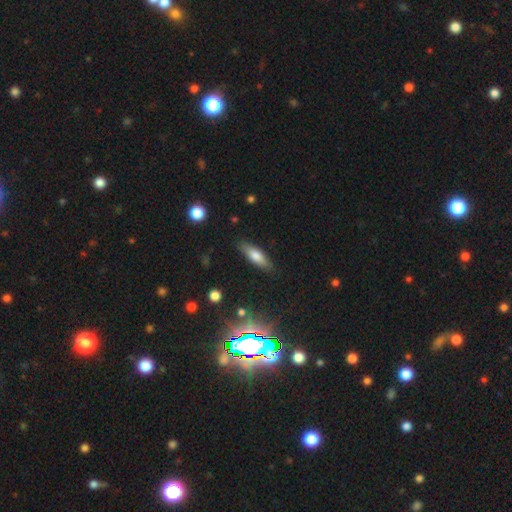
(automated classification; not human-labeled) Q: Smooth or featured?
A: smooth (70%); runner-up: featured or disk (22%)
Q: How rounded?
A: cigar-shaped (51%); runner-up: in between (47%)
Q: Merging?
A: none (85%); runner-up: minor disturbance (11%)